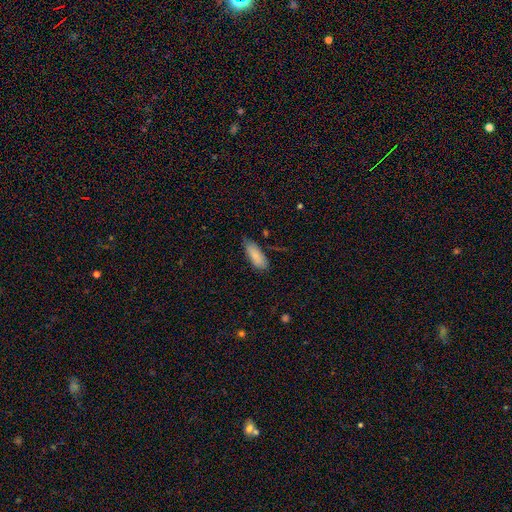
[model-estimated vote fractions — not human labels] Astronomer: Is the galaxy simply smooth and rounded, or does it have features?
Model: smooth — 84%.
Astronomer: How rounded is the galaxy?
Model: in between — 75%.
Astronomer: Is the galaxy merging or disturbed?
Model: none — 69%.